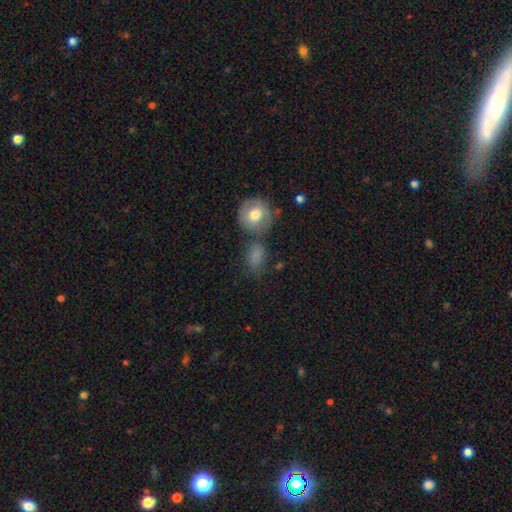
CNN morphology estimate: smooth 79%, featured or disk 11%, star or artifact 10%. Down the decision tree: how rounded — in between (63%); merging — none (49%).